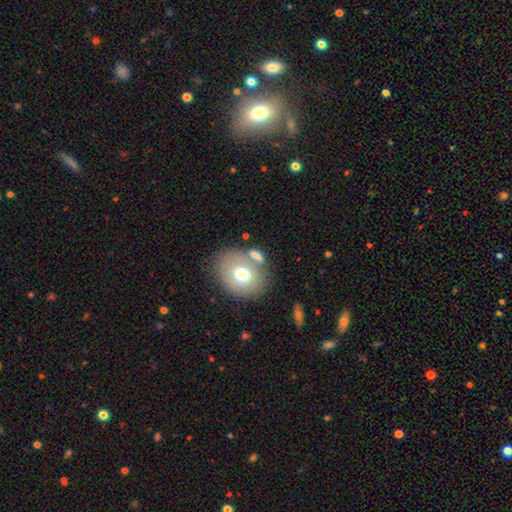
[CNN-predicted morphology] type=smooth (69%); roundness=in between (59%); merging=none (58%).